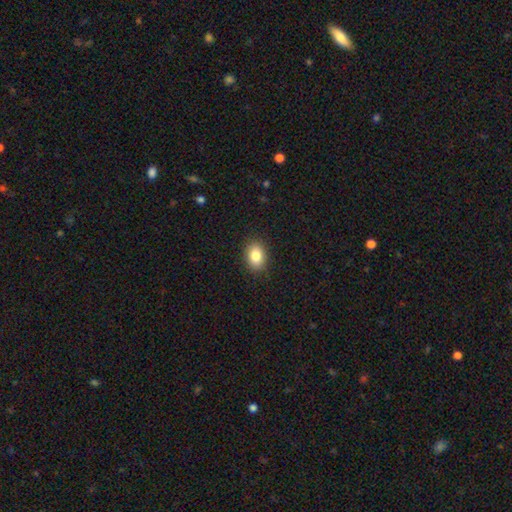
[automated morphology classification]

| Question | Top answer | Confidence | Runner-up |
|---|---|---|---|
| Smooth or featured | smooth | 84% | star or artifact (9%) |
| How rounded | in between | 76% | round (22%) |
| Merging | none | 88% | minor disturbance (9%) |